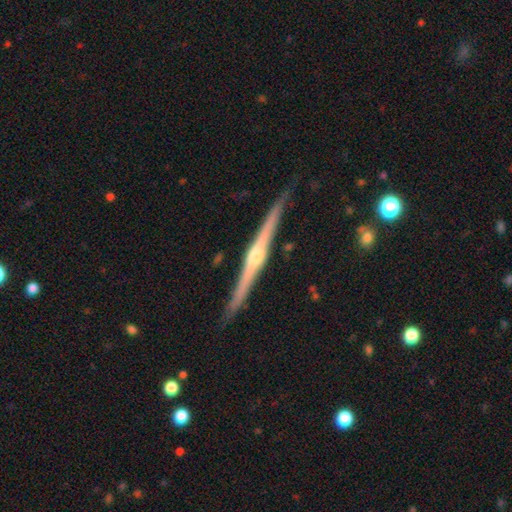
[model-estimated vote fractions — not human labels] Smooth or featured? Predicted: featured or disk (p=0.84). Edge-on disk? Predicted: yes (p=0.98). Edge-on bulge? Predicted: rounded (p=0.86). Merging? Predicted: none (p=0.89).